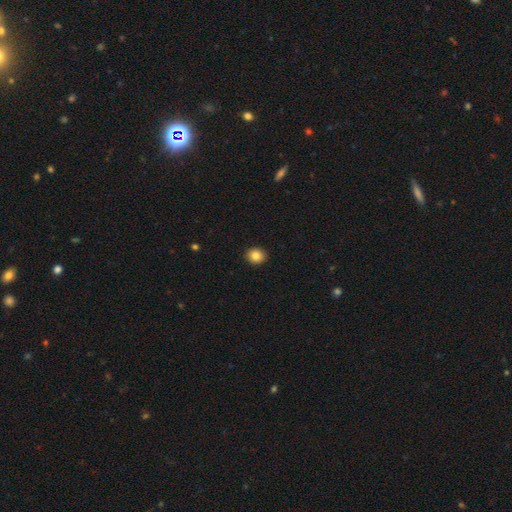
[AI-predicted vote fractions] This is clearly a smooth galaxy (85%). How rounded: likely round (79%). Merging: clearly none (92%).